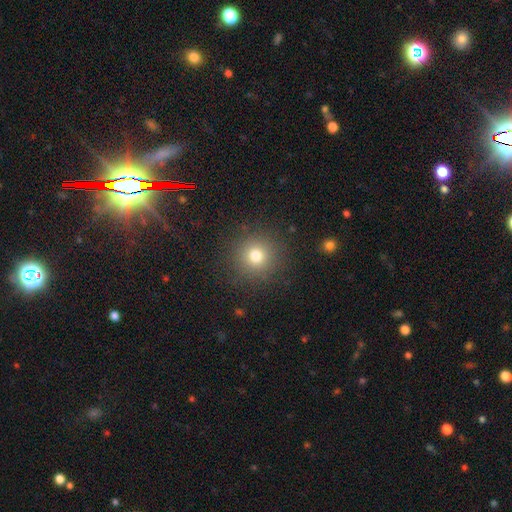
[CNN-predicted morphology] Smooth or featured? smooth (76%)
How rounded? round (94%)
Merging? none (89%)